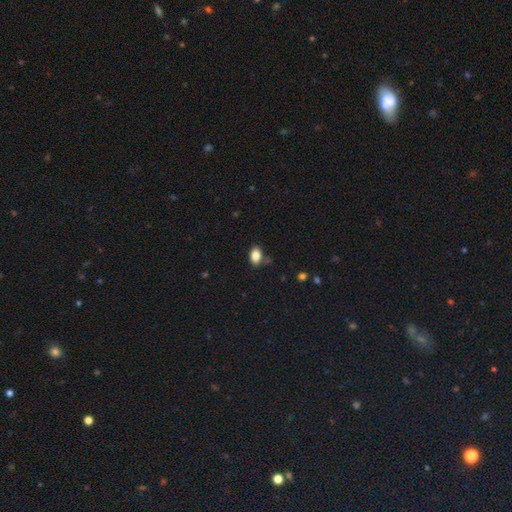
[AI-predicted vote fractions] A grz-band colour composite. It shows a smooth galaxy with no disk features (85%) that is in between round and cigar-shaped (87%). Merging: none (78%).